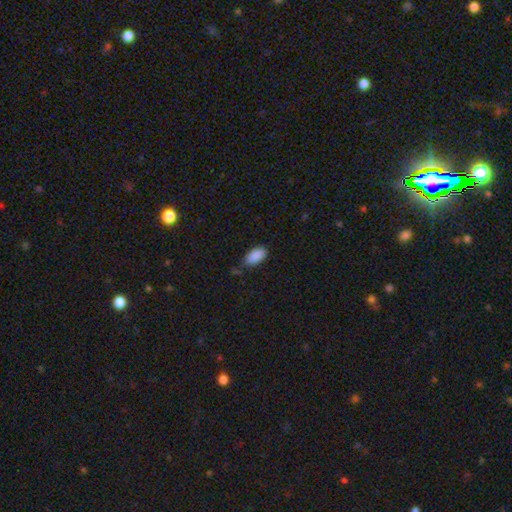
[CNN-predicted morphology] A smooth galaxy with no disk features (89%) that is in between round and cigar-shaped (94%). Merging: none (70%).